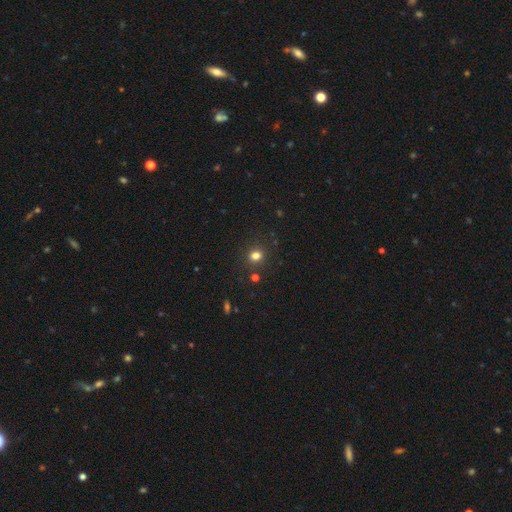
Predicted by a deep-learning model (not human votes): smooth 78%, star or artifact 16%, featured or disk 6%. Down the decision tree: how rounded — round (72%); merging — none (84%).